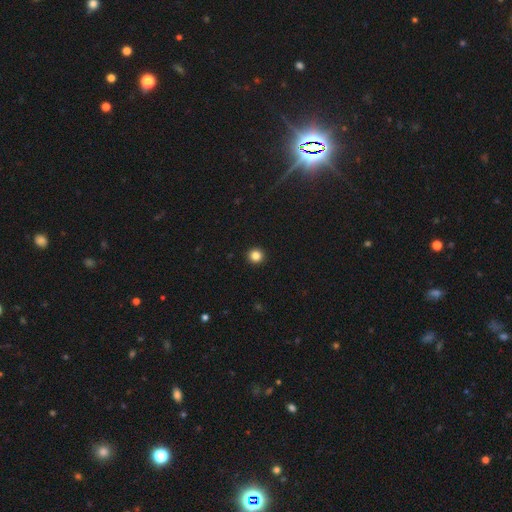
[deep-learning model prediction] A smooth galaxy with no disk features (84%) that is round (95%).

Vote fractions:
- Smooth or featured? smooth: 84% / star or artifact: 12% / featured or disk: 4%
- How rounded? round: 95% / in between: 4% / cigar-shaped: 1%
- Merging? none: 94% / minor disturbance: 4% / major disturbance: 1% / merger: 1%